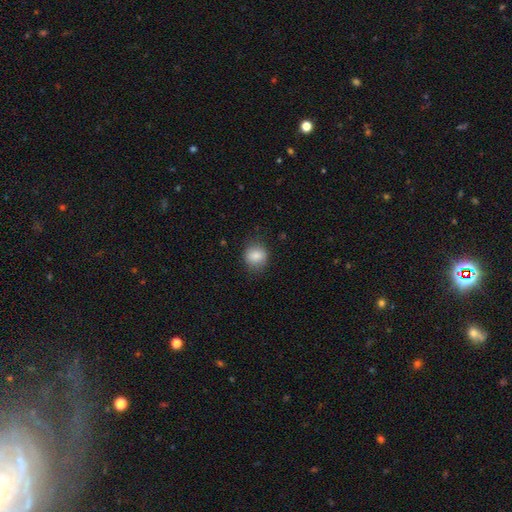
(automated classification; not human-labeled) Smooth or featured? Predicted: smooth (p=0.85). How rounded? Predicted: round (p=0.74). Merging? Predicted: none (p=0.79).